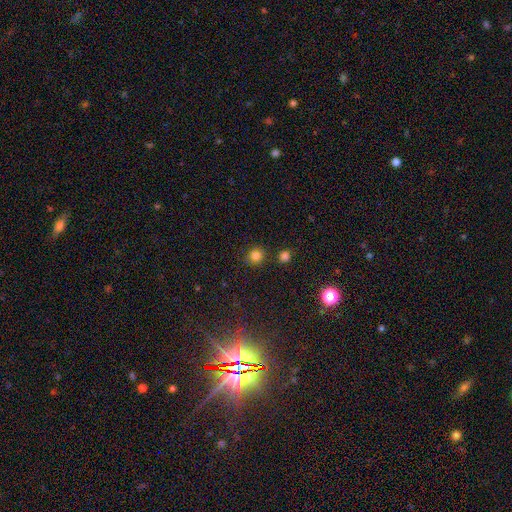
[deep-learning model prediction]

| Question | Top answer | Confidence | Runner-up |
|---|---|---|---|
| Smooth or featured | smooth | 81% | star or artifact (14%) |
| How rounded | round | 92% | in between (7%) |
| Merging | none | 84% | minor disturbance (7%) |